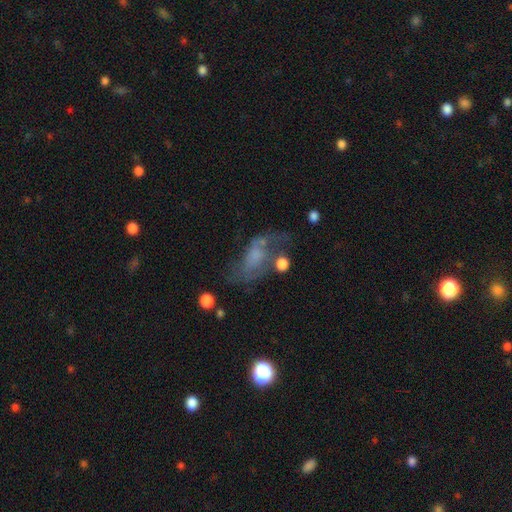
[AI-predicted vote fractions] Q: Smooth or featured?
A: featured or disk (53%); runner-up: smooth (31%)
Q: Edge-on disk?
A: no (94%); runner-up: yes (6%)
Q: Merging?
A: none (37%); runner-up: major disturbance (33%)